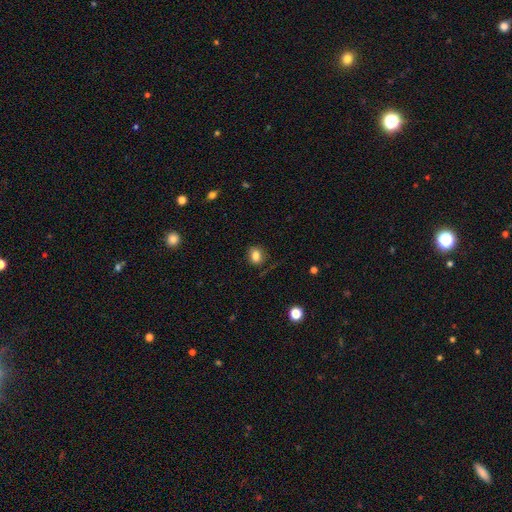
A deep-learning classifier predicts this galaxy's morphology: A smooth galaxy with no disk features (80%) that is in between round and cigar-shaped (55%).

Vote fractions:
- Smooth or featured? smooth: 80% / star or artifact: 11% / featured or disk: 9%
- How rounded? in between: 55% / round: 43% / cigar-shaped: 1%
- Merging? none: 73% / minor disturbance: 18% / major disturbance: 7% / merger: 2%